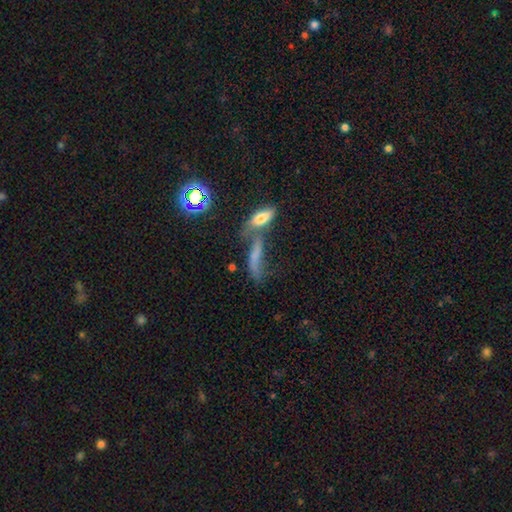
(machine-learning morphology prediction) Smooth or featured: smooth — 48% (featured or disk — 33%)
Merging: merger — 47% (none — 27%)